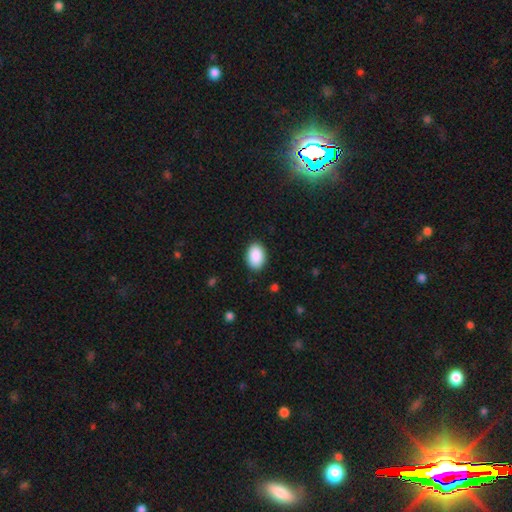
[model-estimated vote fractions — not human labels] Smooth or featured: smooth — 91% (star or artifact — 7%)
How rounded: in between — 87% (round — 12%)
Merging: none — 89% (minor disturbance — 8%)